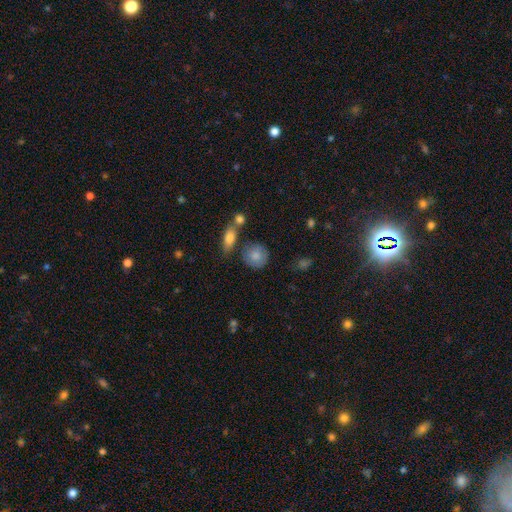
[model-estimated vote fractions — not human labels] A smooth galaxy with no disk features (83%) that is round (84%). Merging: none (73%).